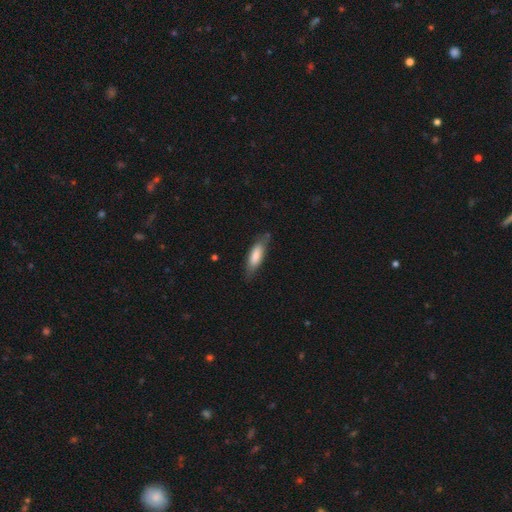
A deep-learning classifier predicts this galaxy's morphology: smooth 75%, featured or disk 19%, star or artifact 6%. Down the decision tree: how rounded — in between (53%); merging — none (71%).